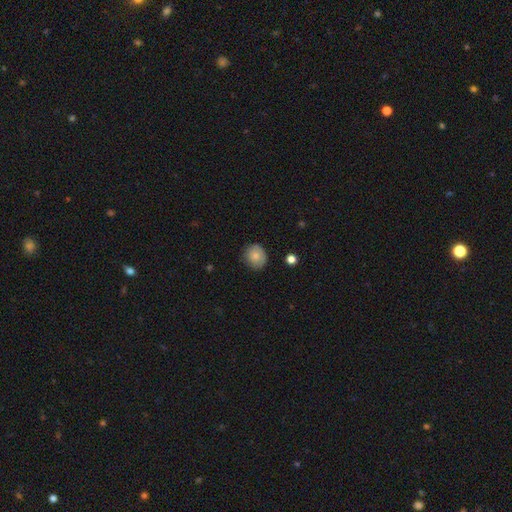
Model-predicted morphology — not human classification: A smooth galaxy with no disk features (80%) that is round (80%).

Vote fractions:
- Smooth or featured? smooth: 80% / featured or disk: 12% / star or artifact: 8%
- How rounded? round: 80% / in between: 19% / cigar-shaped: 1%
- Merging? none: 79% / minor disturbance: 17% / major disturbance: 3% / merger: 1%